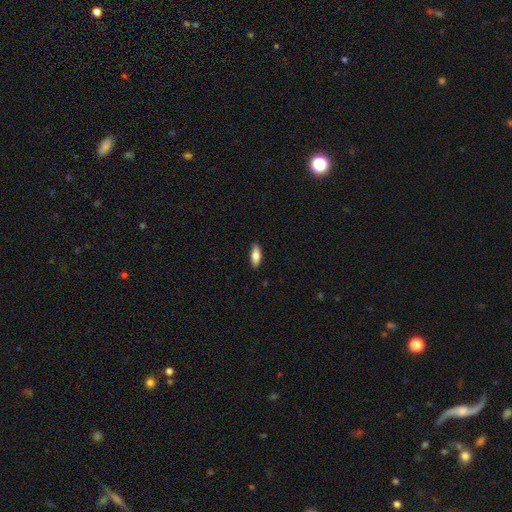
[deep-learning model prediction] A smooth galaxy with no disk features (82%) that is in between round and cigar-shaped (76%).

Vote fractions:
- Smooth or featured? smooth: 82% / featured or disk: 12% / star or artifact: 6%
- How rounded? in between: 76% / cigar-shaped: 22% / round: 2%
- Merging? none: 84% / minor disturbance: 13% / major disturbance: 2% / merger: 1%